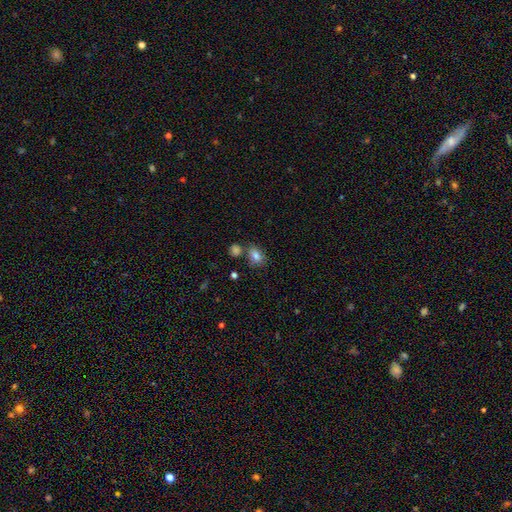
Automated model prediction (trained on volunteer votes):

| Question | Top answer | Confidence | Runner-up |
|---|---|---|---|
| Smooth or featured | smooth | 82% | star or artifact (10%) |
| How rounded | in between | 75% | round (23%) |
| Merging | none | 65% | merger (16%) |